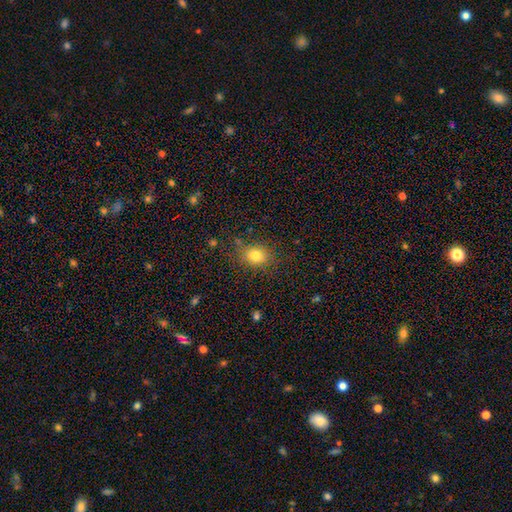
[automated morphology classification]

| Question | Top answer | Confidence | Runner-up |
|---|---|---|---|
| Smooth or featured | smooth | 80% | star or artifact (13%) |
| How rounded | round | 50% | in between (49%) |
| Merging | none | 79% | minor disturbance (13%) |